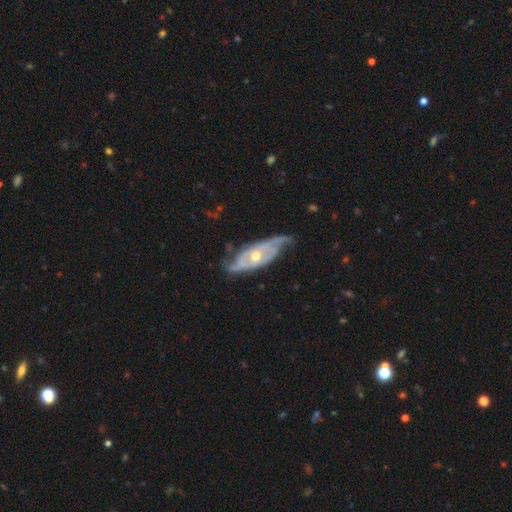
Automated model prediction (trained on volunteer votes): This is clearly a featured or disk galaxy (84%). It is clearly not viewed edge-on (84%). Bar: likely no (70%). Spiral arm pattern: clearly yes (89%). Spiral arm count: possibly 2 (51%). Spiral winding: possibly tight (46%). Central bulge: likely moderate (72%). Merging: possibly none (59%).